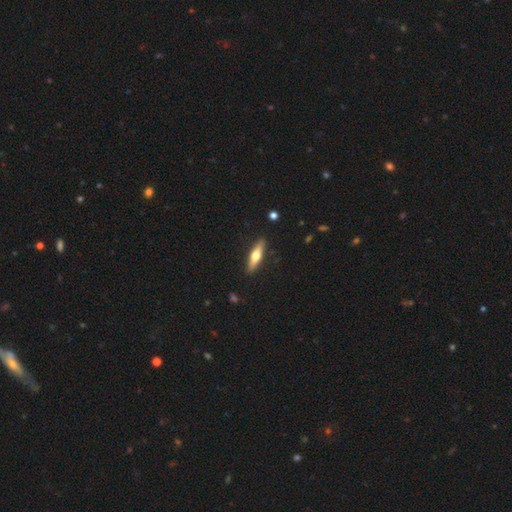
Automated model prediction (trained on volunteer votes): Smooth or featured? featured or disk (49%)
Merging? none (90%)